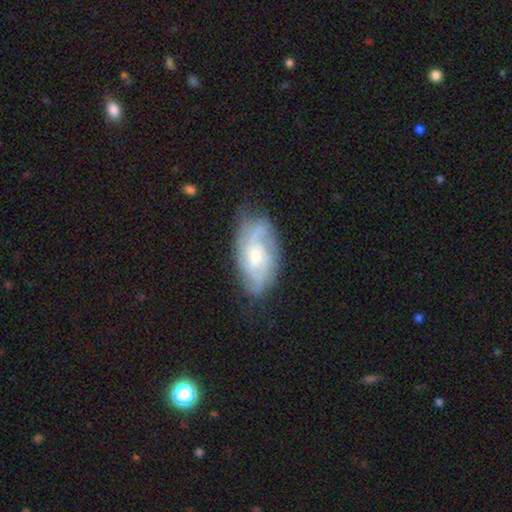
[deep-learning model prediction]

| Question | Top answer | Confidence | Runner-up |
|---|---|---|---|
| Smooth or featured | featured or disk | 77% | smooth (17%) |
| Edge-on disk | no | 94% | yes (6%) |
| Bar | no | 67% | weak (29%) |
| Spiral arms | yes | 93% | no (7%) |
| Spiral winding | tight | 48% | medium (40%) |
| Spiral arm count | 2 | 38% | can't tell (28%) |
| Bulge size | small | 51% | moderate (44%) |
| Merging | none | 70% | minor disturbance (22%) |